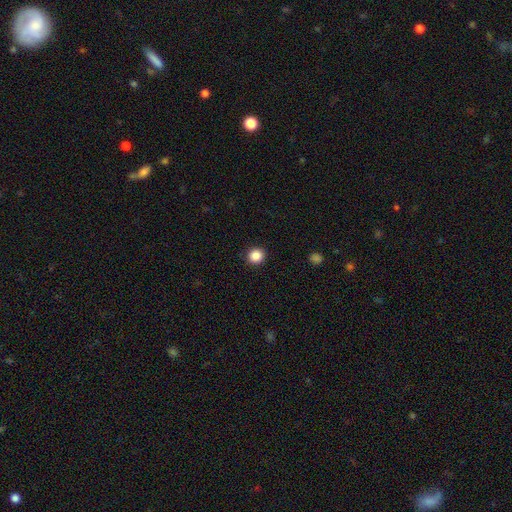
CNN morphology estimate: The model was most divided on "smooth or featured": smooth: 87%, star or artifact: 10%, featured or disk: 3%. More confident: merging — none (92%); how rounded — round (90%).